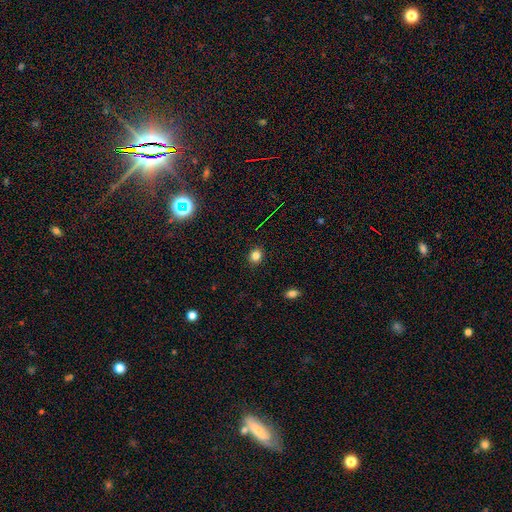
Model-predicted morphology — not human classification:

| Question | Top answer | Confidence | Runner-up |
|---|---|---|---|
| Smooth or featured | smooth | 80% | star or artifact (14%) |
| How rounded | round | 74% | in between (25%) |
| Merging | none | 90% | minor disturbance (7%) |